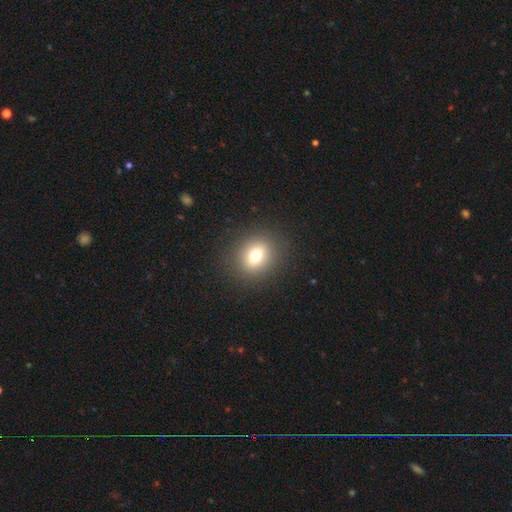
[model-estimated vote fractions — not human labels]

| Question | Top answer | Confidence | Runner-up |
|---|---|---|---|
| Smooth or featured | smooth | 75% | star or artifact (14%) |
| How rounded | round | 73% | in between (26%) |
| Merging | none | 90% | minor disturbance (6%) |